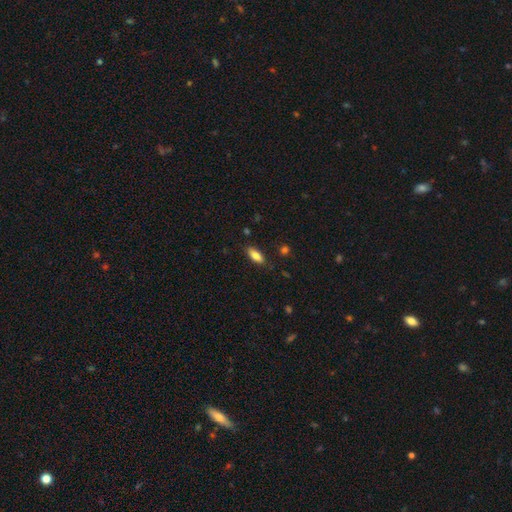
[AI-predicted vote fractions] smooth_or_featured: smooth (p=0.83) [alt: featured or disk p=0.10]
how_rounded: in between (p=0.77) [alt: cigar-shaped p=0.21]
merging: none (p=0.82) [alt: minor disturbance p=0.14]